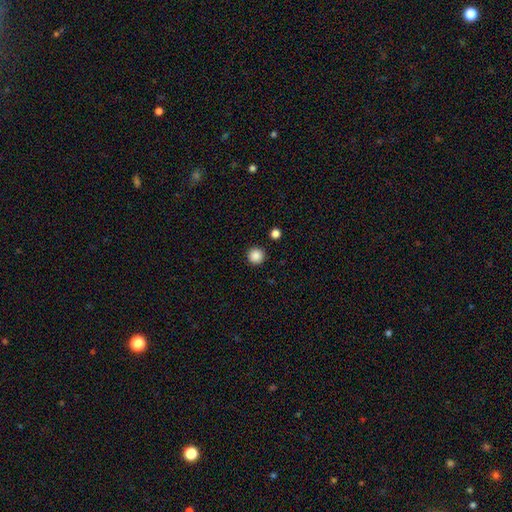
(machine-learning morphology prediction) A smooth galaxy with no disk features (87%) that is round (96%).

Vote fractions:
- Smooth or featured? smooth: 87% / star or artifact: 10% / featured or disk: 3%
- How rounded? round: 96% / in between: 3% / cigar-shaped: 1%
- Merging? none: 92% / minor disturbance: 4% / merger: 2% / major disturbance: 2%